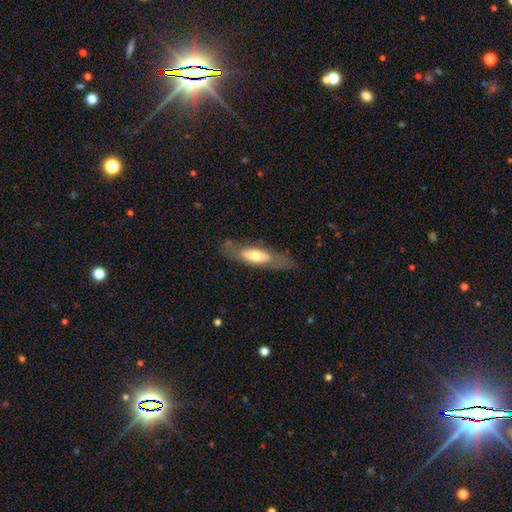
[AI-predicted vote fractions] A featured or disk galaxy (50%). Merging: none (71%).